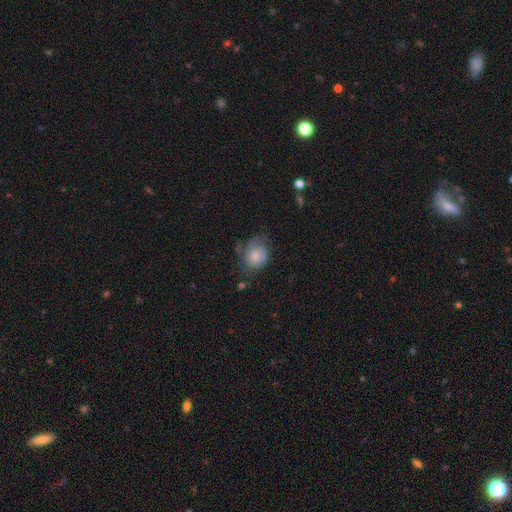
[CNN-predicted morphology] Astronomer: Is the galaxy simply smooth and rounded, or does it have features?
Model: smooth — 56% (runner-up: featured or disk, 36%).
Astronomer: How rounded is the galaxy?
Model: in between — 53% (runner-up: round, 46%).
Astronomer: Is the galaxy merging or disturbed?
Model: none — 43% (runner-up: minor disturbance, 32%).